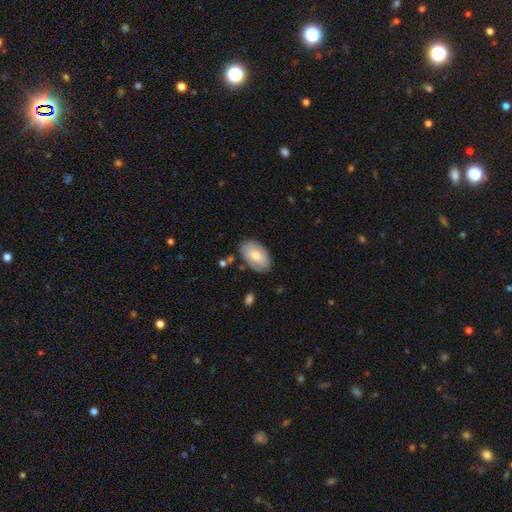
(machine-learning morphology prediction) smooth-or-featured: smooth: 71% | featured or disk: 23% | star or artifact: 6%
  how-rounded: in between: 93% | round: 6% | cigar-shaped: 1%
  merging: none: 81% | minor disturbance: 14% | major disturbance: 3% | merger: 2%